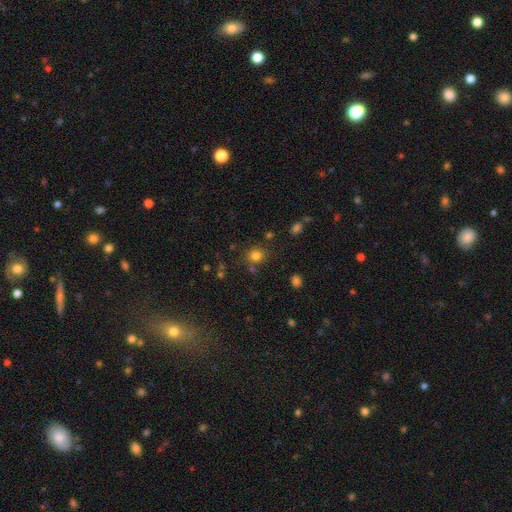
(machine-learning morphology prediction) Smooth or featured? Predicted: smooth (p=0.79). How rounded? Predicted: round (p=0.81). Merging? Predicted: none (p=0.78).